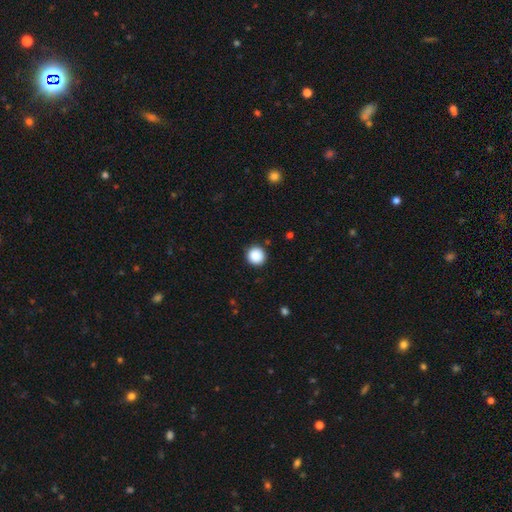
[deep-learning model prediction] A smooth galaxy with no disk features (88%) that is round (95%). Merging: none (91%).